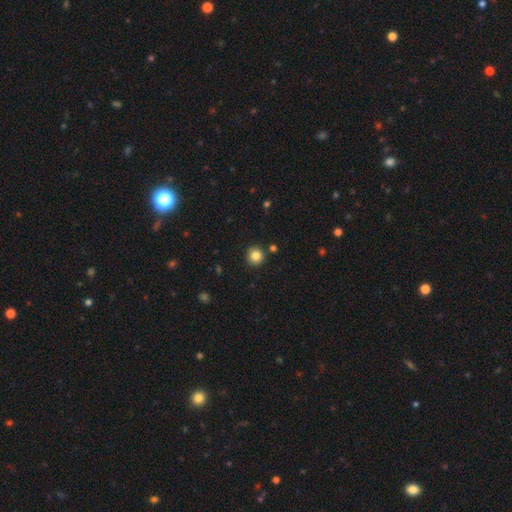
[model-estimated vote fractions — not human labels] smooth 84%, star or artifact 10%, featured or disk 5%. Down the decision tree: how rounded — round (94%); merging — none (89%).